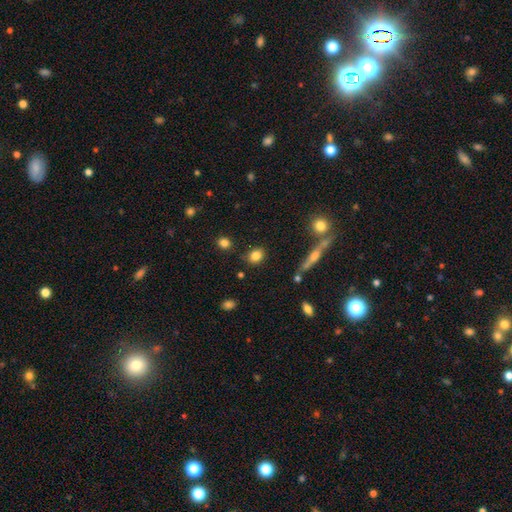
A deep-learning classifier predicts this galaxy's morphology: smooth_or_featured: smooth (p=0.83) [alt: star or artifact p=0.10]
how_rounded: round (p=0.54) [alt: in between p=0.44]
merging: none (p=0.80) [alt: minor disturbance p=0.13]